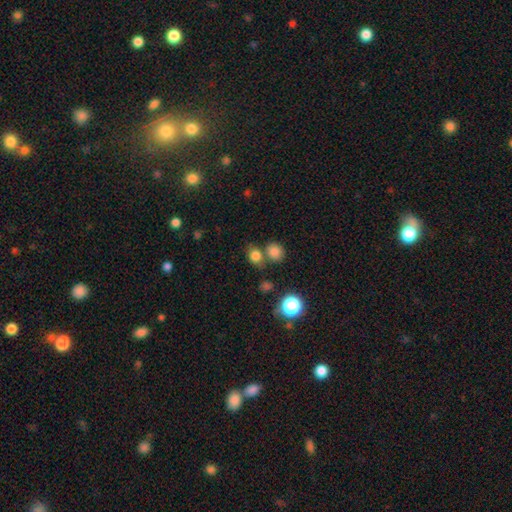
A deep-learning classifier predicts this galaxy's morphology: This is likely a smooth galaxy (78%). How rounded: likely round (64%). Merging: likely none (60%).